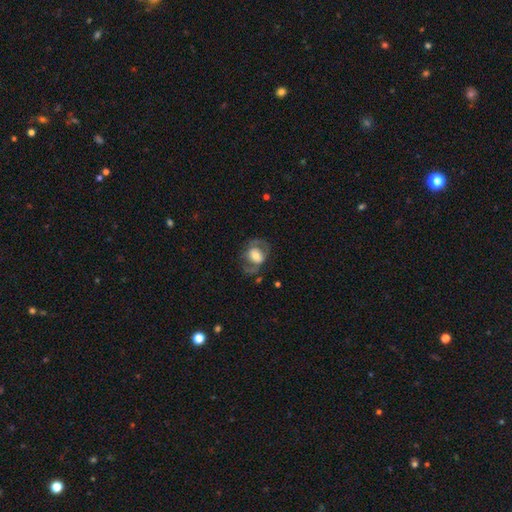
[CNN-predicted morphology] This is possibly a featured or disk galaxy (52%). It is clearly not viewed edge-on (94%). Merging: possibly none (55%).